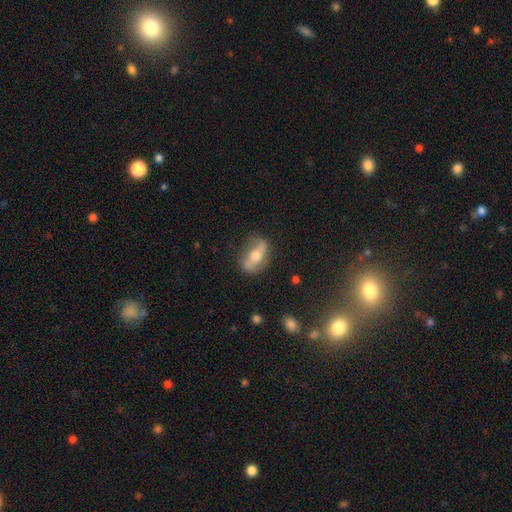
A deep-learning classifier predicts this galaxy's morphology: featured or disk 65%, smooth 27%, star or artifact 8%. Down the decision tree: edge-on disk — no (84%); bar — no (37%); spiral arms — yes (73%); bulge size — moderate (68%); merging — none (73%).